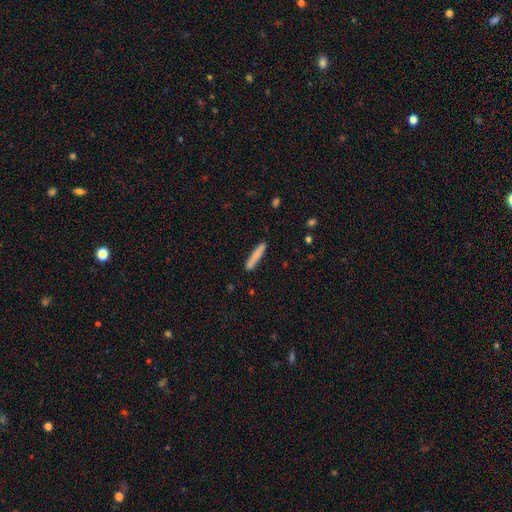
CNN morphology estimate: Smooth or featured? Predicted: smooth (p=0.81). How rounded? Predicted: cigar-shaped (p=0.94). Merging? Predicted: none (p=0.87).